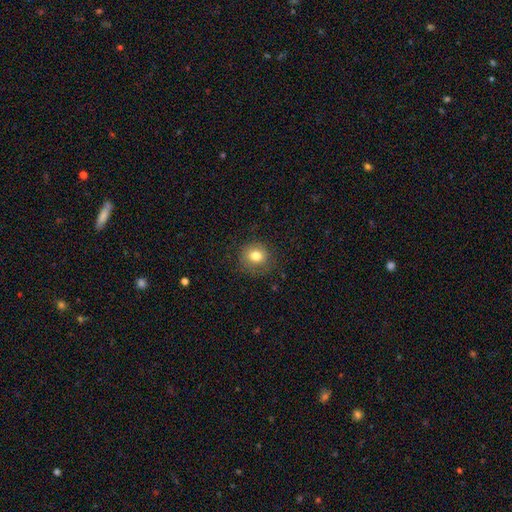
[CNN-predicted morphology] A smooth galaxy with no disk features (79%) that is round (82%).

Vote fractions:
- Smooth or featured? smooth: 79% / star or artifact: 11% / featured or disk: 10%
- How rounded? round: 82% / in between: 17% / cigar-shaped: 1%
- Merging? none: 82% / minor disturbance: 12% / major disturbance: 4% / merger: 1%